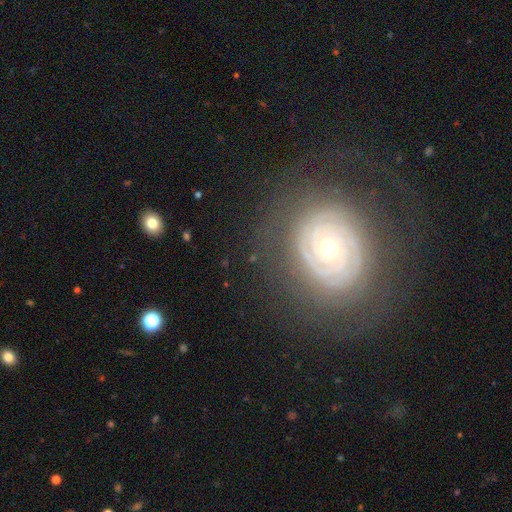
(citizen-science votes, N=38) A featured or disk galaxy (89%) with no bar (68%), tight (97%) spiral arms (85%) and a small central bulge (50%).

Vote fractions:
- Smooth or featured? featured or disk: 89% / star or artifact: 8% / smooth: 3%
- Edge-on disk? no: 100% / yes: 0%
- Bar? no: 68% / weak: 18% / strong: 15%
- Spiral arms? yes: 85% / no: 15%
- Spiral winding? tight: 97% / medium: 3% / loose: 0%
- Spiral arm count? can't tell: 38% / 2: 34% / 3: 21% / 4: 3% / more than 4: 3% / 1: 0%
- Bulge size? small: 50% / moderate: 44% / large: 3% / none: 3% / dominant: 0%
- Merging? none: 69% / minor disturbance: 20% / major disturbance: 9% / merger: 3%